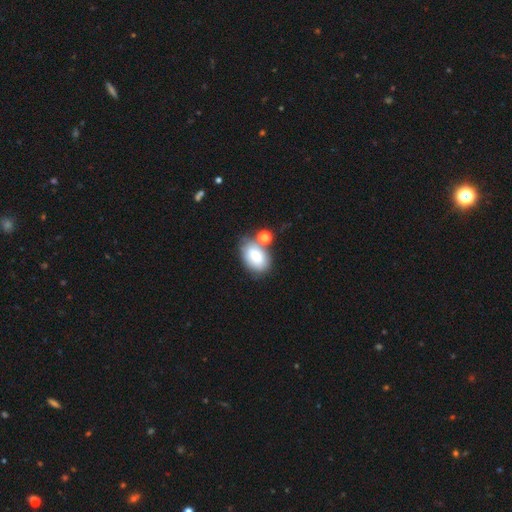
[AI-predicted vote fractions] Smooth or featured?
  - smooth: 71% *
  - featured or disk: 20%
  - star or artifact: 9%
How rounded?
  - in between: 82% *
  - round: 16%
  - cigar-shaped: 1%
Merging?
  - none: 57% *
  - merger: 22%
  - minor disturbance: 15%
  - major disturbance: 5%